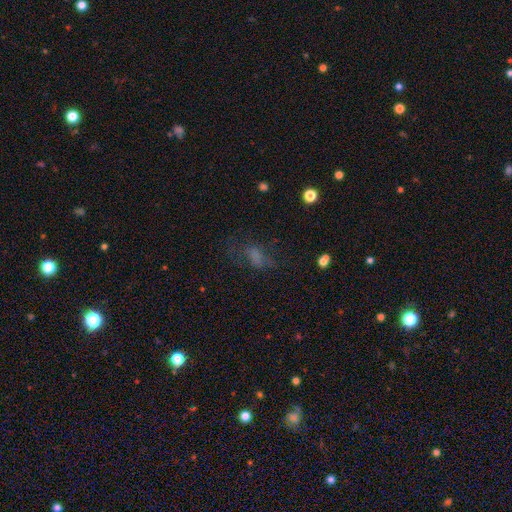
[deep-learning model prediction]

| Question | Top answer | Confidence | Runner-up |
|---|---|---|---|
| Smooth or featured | smooth | 50% | star or artifact (26%) |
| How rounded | in between | 76% | round (14%) |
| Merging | none | 52% | major disturbance (26%) |